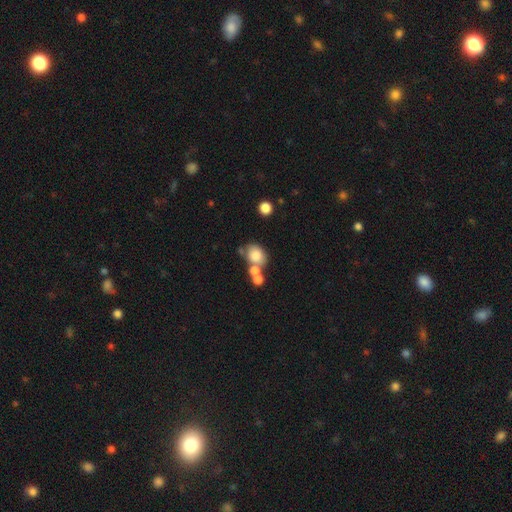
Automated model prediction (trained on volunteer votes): Overall: smooth (74%). How rounded: in between (56%; round 43%). Merging: none (40%; merger 39%).